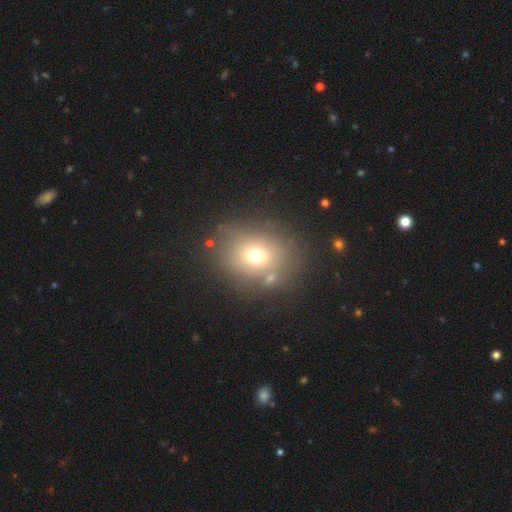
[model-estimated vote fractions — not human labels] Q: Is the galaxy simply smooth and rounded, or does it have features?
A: smooth — 68%.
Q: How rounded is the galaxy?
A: round — 58%.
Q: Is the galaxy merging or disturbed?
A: none — 74%.